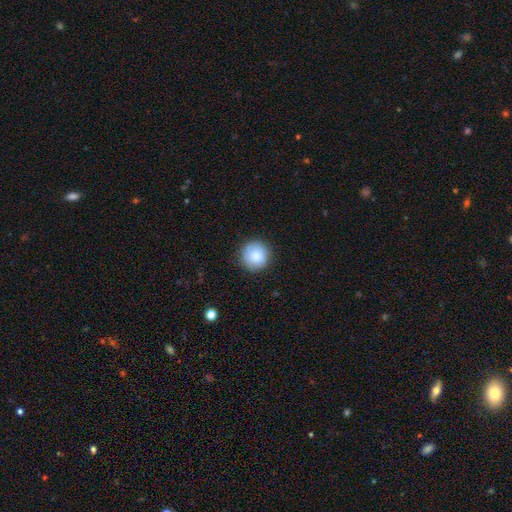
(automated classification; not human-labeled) Q: Smooth or featured?
A: smooth (84%); runner-up: featured or disk (8%)
Q: How rounded?
A: round (95%); runner-up: in between (4%)
Q: Merging?
A: none (87%); runner-up: minor disturbance (10%)